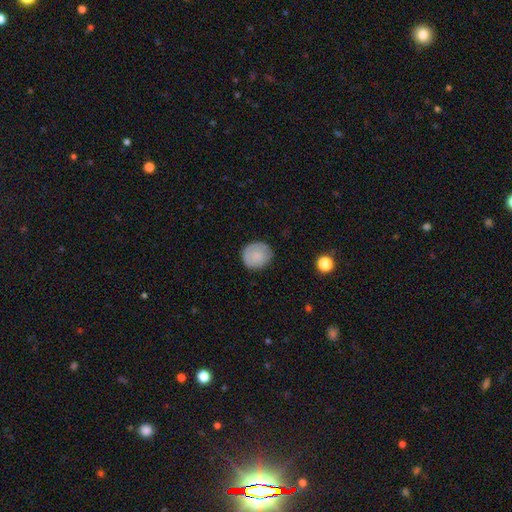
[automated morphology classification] smooth-or-featured: smooth: 81% | featured or disk: 12% | star or artifact: 7%
  how-rounded: round: 86% | in between: 13% | cigar-shaped: 1%
  merging: none: 83% | minor disturbance: 13% | major disturbance: 3% | merger: 1%